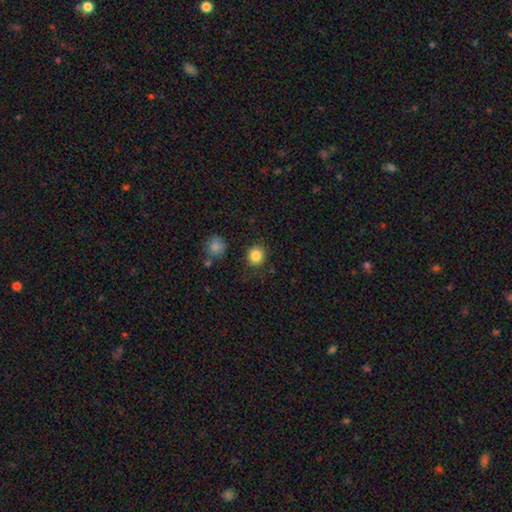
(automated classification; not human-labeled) Morphology: type=smooth (85%); roundness=round (87%); merging=none (86%).